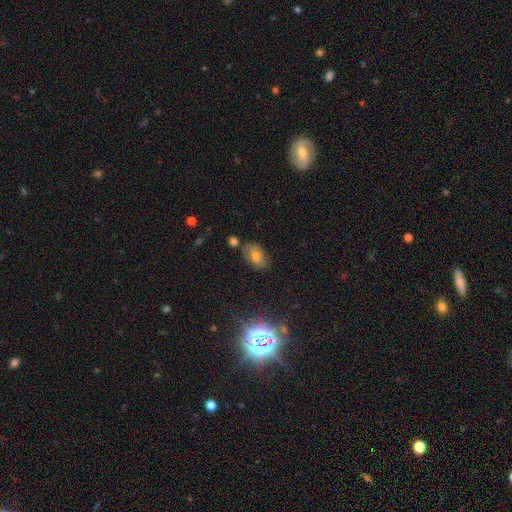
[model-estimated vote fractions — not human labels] Smooth or featured: smooth — 66% (featured or disk — 20%)
How rounded: in between — 89% (round — 10%)
Merging: none — 69% (minor disturbance — 19%)